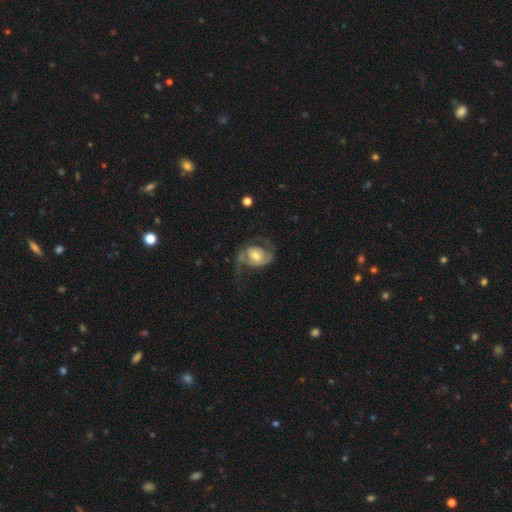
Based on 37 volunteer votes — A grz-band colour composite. It shows a featured or disk galaxy (59%) with no bar (81%), 2 (62%) tight (62%) spiral arms (62%) and a moderate central bulge (57%). Merging: major disturbance (44%).